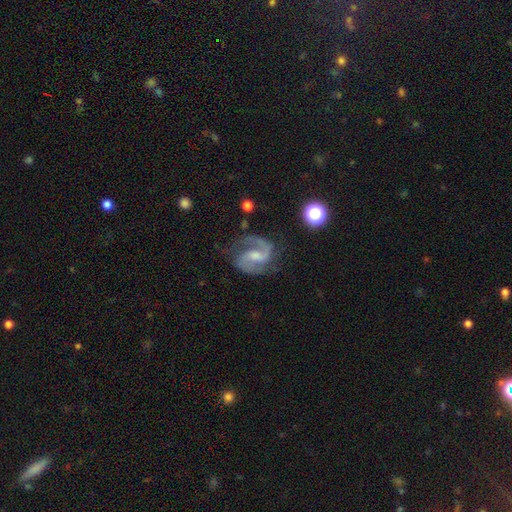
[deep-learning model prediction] This is clearly a featured or disk galaxy (90%). It is clearly not viewed edge-on (98%). Bar: possibly weak (55%). Spiral arm pattern: clearly yes (98%). Spiral arm count: clearly 2 (88%). Spiral winding: likely medium (62%). Central bulge: marginally small (39%). Merging: likely none (70%).